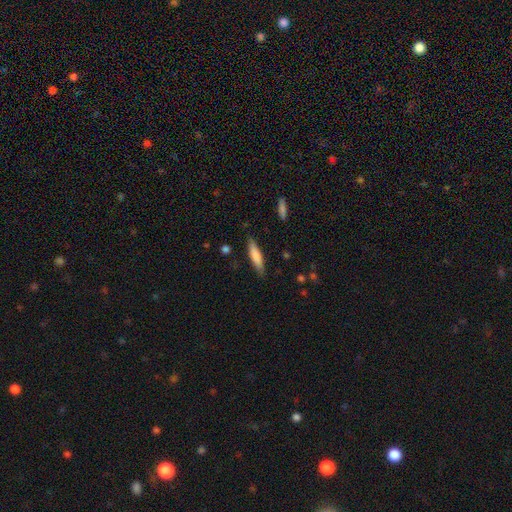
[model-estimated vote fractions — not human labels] Smooth or featured? Predicted: smooth (p=0.76). How rounded? Predicted: cigar-shaped (p=0.78). Merging? Predicted: none (p=0.84).